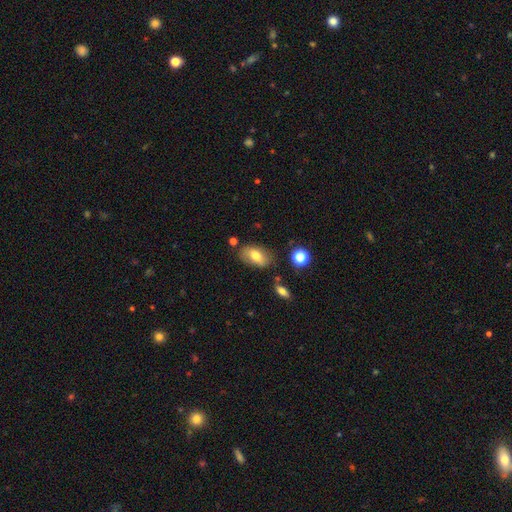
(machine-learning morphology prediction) Smooth or featured? smooth (70%)
How rounded? in between (89%)
Merging? none (75%)